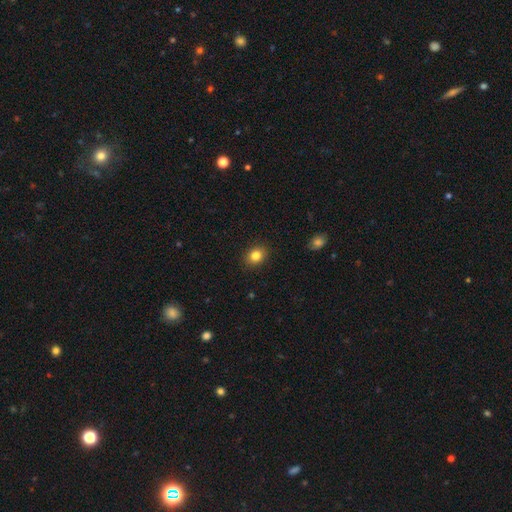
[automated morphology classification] A smooth galaxy with no disk features (83%) that is in between round and cigar-shaped (50%).

Vote fractions:
- Smooth or featured? smooth: 83% / star or artifact: 11% / featured or disk: 6%
- How rounded? in between: 50% / round: 49% / cigar-shaped: 1%
- Merging? none: 89% / minor disturbance: 8% / major disturbance: 2% / merger: 1%